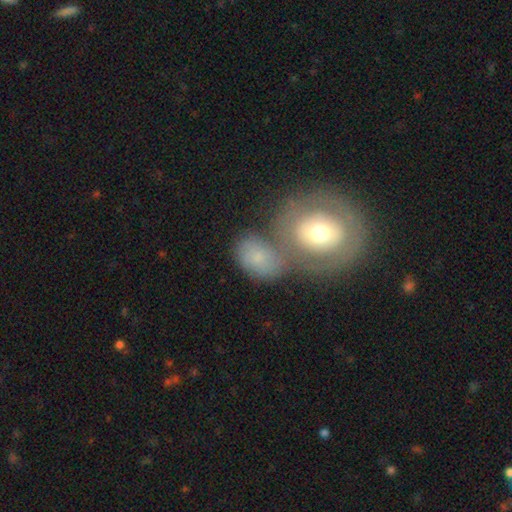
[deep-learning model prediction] A smooth galaxy with no disk features (57%) that is round (54%). Merging: merger (43%).